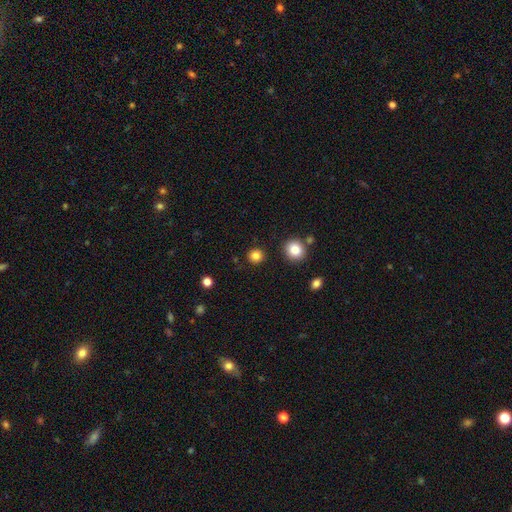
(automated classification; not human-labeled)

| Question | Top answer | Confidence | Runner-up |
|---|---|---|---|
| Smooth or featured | smooth | 83% | star or artifact (12%) |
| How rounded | round | 92% | in between (7%) |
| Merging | none | 90% | minor disturbance (6%) |